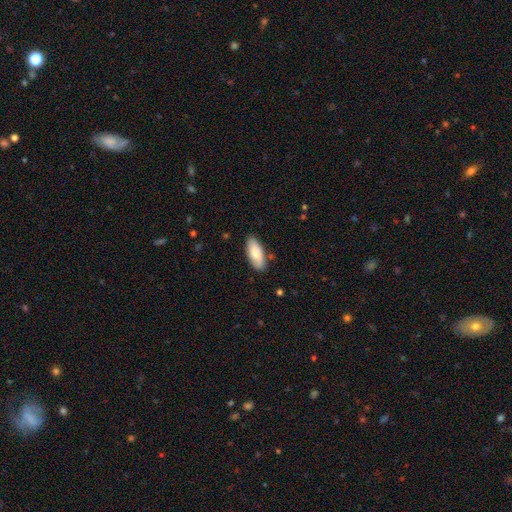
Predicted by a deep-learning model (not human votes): Overall: smooth (79%). How rounded: in between (84%). Merging: none (83%).